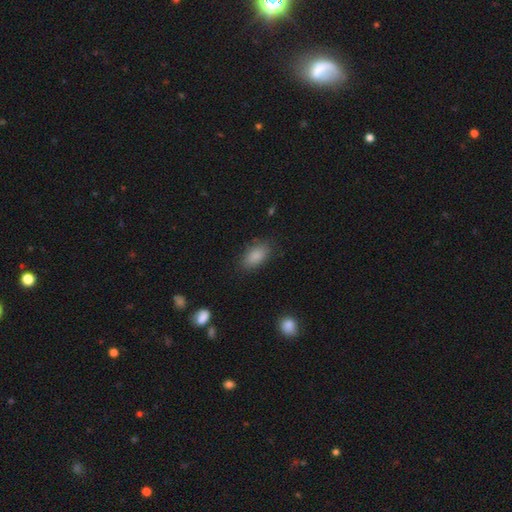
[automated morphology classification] The model was most divided on "merging": none: 82%, minor disturbance: 13%, major disturbance: 4%, merger: 1%. More confident: how rounded — in between (91%); smooth or featured — smooth (87%).